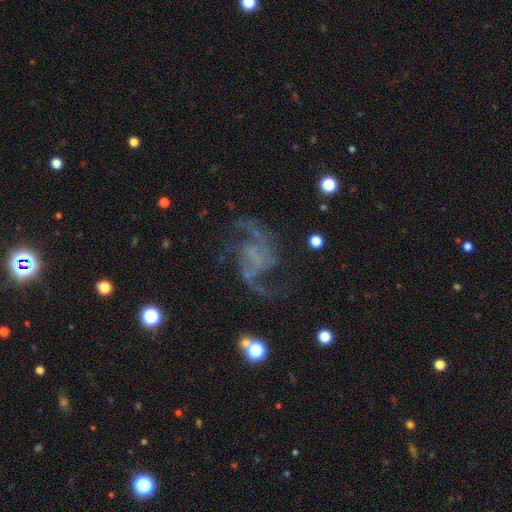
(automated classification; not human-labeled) A featured or disk galaxy (85%) with no bar (43%), 2 (86%) loose (53%) spiral arms (95%) and no central bulge (69%). Merging: none (64%).